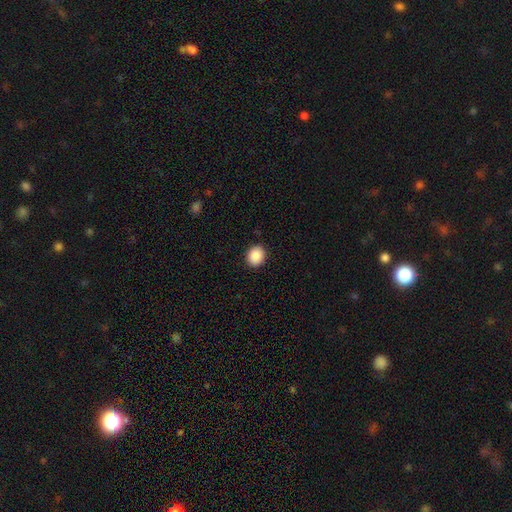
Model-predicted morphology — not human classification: Smooth or featured? Predicted: smooth (p=0.89). How rounded? Predicted: round (p=0.64). Merging? Predicted: none (p=0.91).